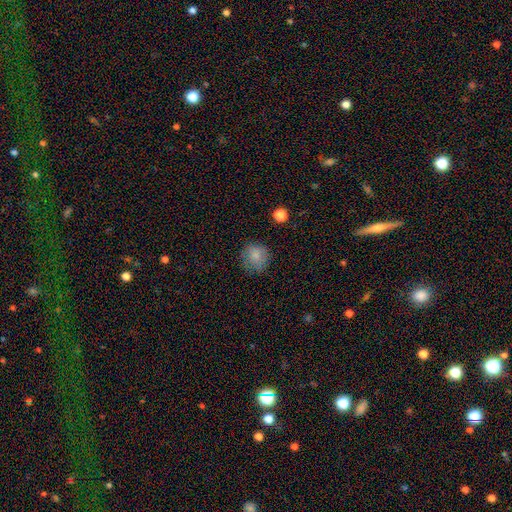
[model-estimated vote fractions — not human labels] smooth_or_featured: smooth (p=0.82) [alt: star or artifact p=0.10]
how_rounded: round (p=0.85) [alt: in between p=0.14]
merging: none (p=0.75) [alt: minor disturbance p=0.18]